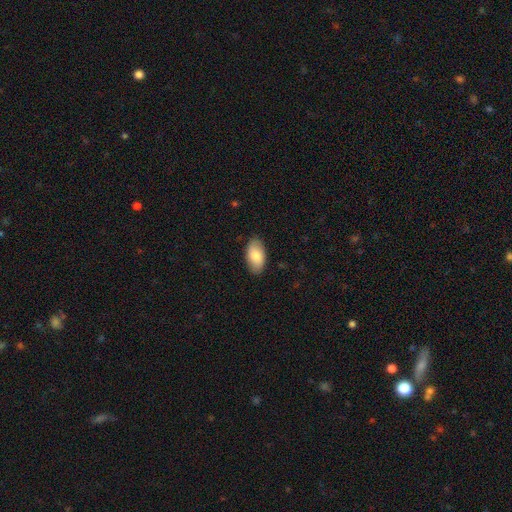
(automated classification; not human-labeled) Smooth or featured? smooth (79%)
How rounded? in between (94%)
Merging? none (86%)